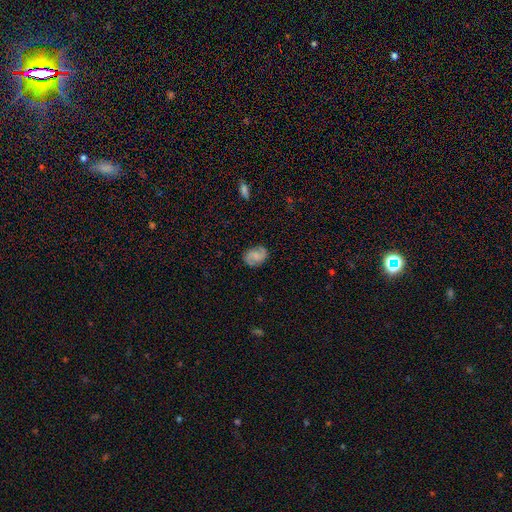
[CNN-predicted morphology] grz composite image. It shows a featured or disk galaxy (57%) with no bar (52%), 2 (86%) medium (49%) spiral arms (92%) and no central bulge (44%). Merging: none (80%).